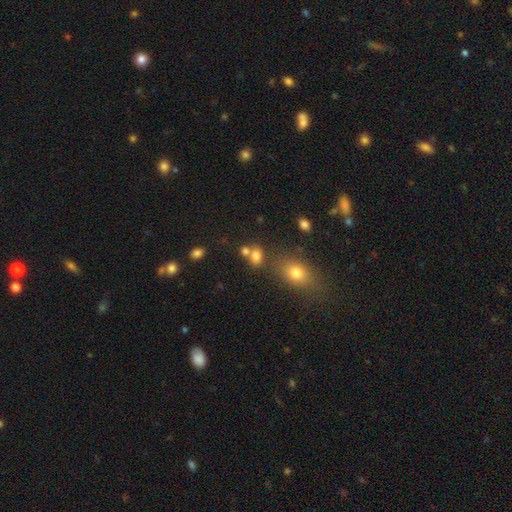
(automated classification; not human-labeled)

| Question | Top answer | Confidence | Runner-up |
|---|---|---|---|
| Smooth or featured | smooth | 77% | star or artifact (14%) |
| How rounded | in between | 58% | round (40%) |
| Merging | none | 44% | merger (40%) |